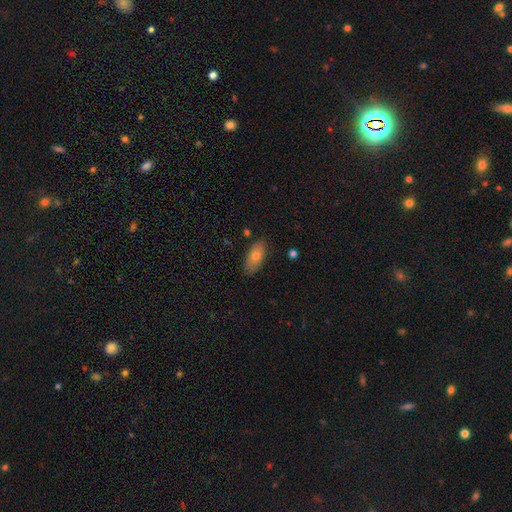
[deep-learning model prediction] This is likely a smooth galaxy (74%). How rounded: clearly in between (85%). Merging: clearly none (84%).